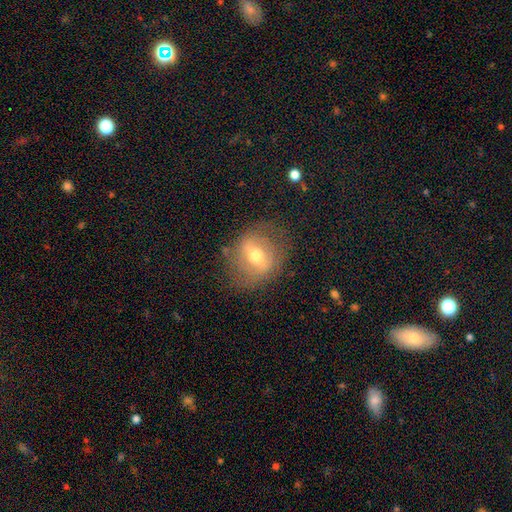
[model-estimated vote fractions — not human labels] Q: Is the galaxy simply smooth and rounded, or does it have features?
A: featured or disk — 57%.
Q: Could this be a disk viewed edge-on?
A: no — 90%.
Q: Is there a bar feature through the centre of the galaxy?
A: strong — 43%.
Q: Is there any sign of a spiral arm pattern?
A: no — 61%.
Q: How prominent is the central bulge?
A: moderate — 69%.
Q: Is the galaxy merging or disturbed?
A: none — 70%.